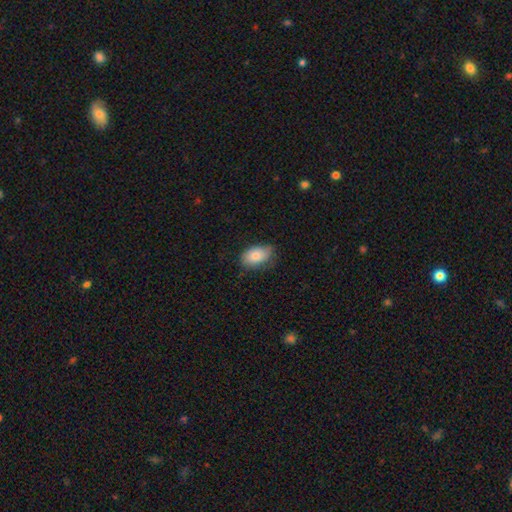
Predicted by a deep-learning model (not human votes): A smooth galaxy with no disk features (80%) that is in between round and cigar-shaped (91%). Merging: none (69%).